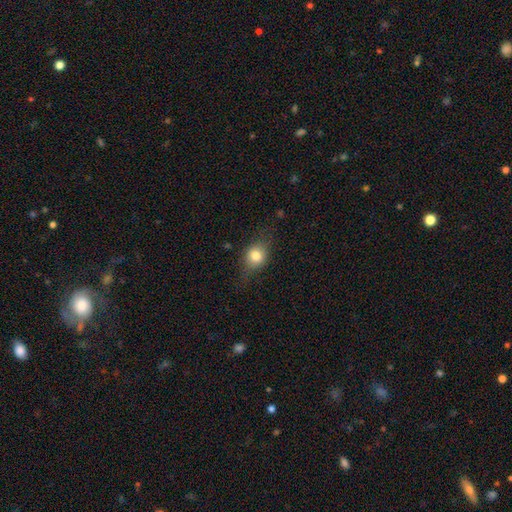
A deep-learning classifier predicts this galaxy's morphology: Smooth or featured: smooth — 71% (featured or disk — 19%)
How rounded: round — 57% (in between — 41%)
Merging: none — 68% (minor disturbance — 22%)